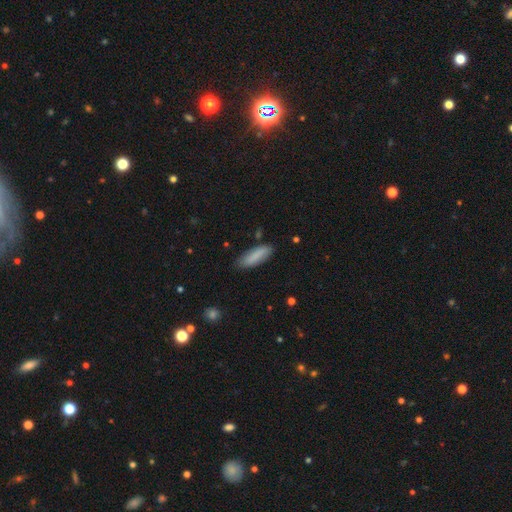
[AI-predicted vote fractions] smooth-or-featured: smooth: 84% | featured or disk: 10% | star or artifact: 6%
  how-rounded: in between: 52% | cigar-shaped: 47% | round: 2%
  merging: none: 81% | minor disturbance: 15% | major disturbance: 3% | merger: 2%